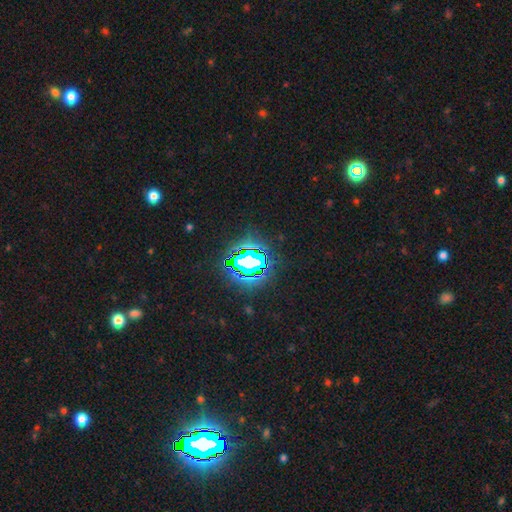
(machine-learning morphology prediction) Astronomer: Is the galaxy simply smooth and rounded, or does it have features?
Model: star or artifact — 74%.